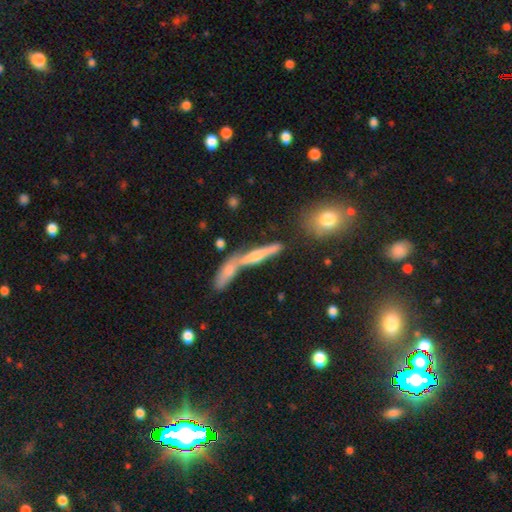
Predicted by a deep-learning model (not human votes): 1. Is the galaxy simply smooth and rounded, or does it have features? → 41% featured or disk, 33% smooth, 26% star or artifact.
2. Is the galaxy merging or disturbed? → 45% none, 33% merger, 13% minor disturbance, 9% major disturbance.